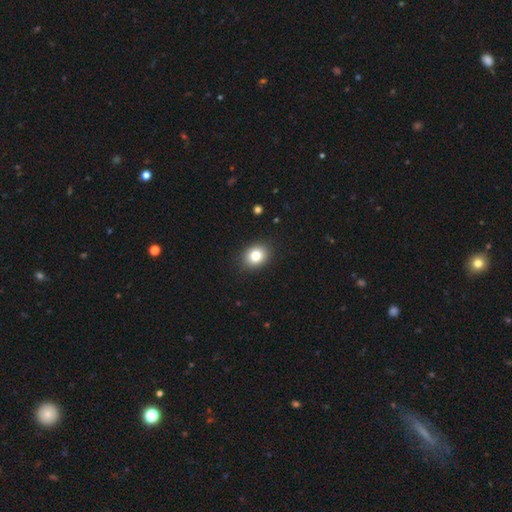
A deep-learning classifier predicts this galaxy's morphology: smooth-or-featured: smooth: 81% | star or artifact: 10% | featured or disk: 9%
  how-rounded: round: 56% | in between: 43% | cigar-shaped: 1%
  merging: none: 90% | minor disturbance: 7% | major disturbance: 2% | merger: 1%